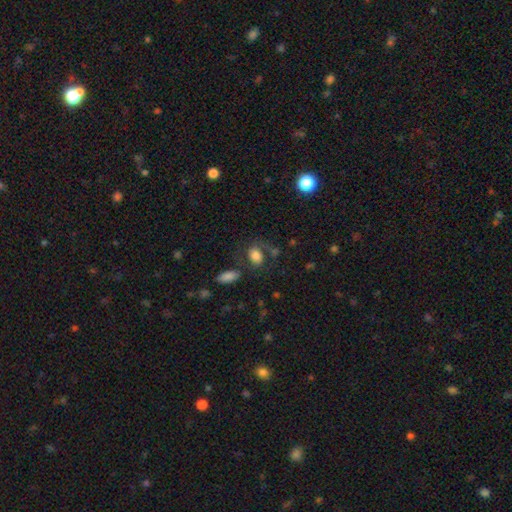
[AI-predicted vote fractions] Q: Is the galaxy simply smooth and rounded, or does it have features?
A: smooth — 71%.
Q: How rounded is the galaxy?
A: in between — 75%.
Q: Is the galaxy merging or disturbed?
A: none — 56%.